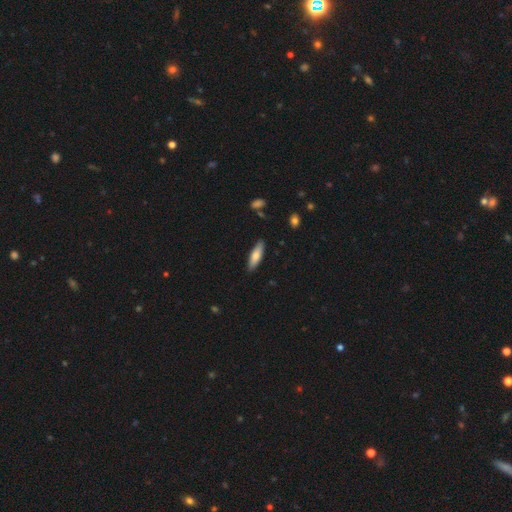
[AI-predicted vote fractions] Q: Smooth or featured?
A: smooth (74%); runner-up: featured or disk (21%)
Q: How rounded?
A: cigar-shaped (56%); runner-up: in between (42%)
Q: Merging?
A: none (87%); runner-up: minor disturbance (10%)